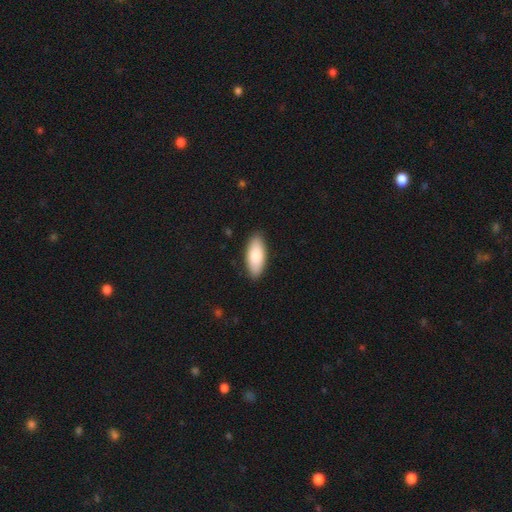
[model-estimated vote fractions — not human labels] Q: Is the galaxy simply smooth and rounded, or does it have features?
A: smooth — 84%.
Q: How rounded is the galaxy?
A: in between — 83%.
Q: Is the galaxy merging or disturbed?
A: none — 88%.